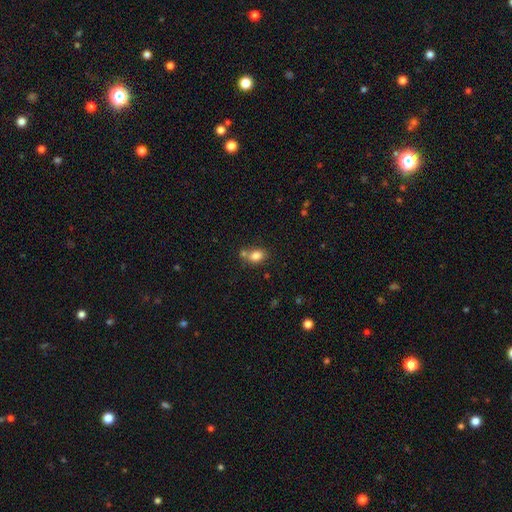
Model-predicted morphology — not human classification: The model was most divided on "merging": none: 58%, merger: 24%, minor disturbance: 14%, major disturbance: 4%. More confident: smooth or featured — smooth (82%); how rounded — in between (71%).